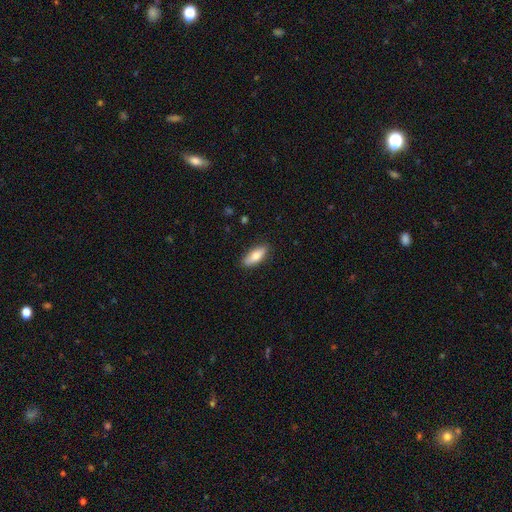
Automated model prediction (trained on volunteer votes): Q: Smooth or featured?
A: smooth (78%); runner-up: featured or disk (16%)
Q: How rounded?
A: in between (70%); runner-up: cigar-shaped (27%)
Q: Merging?
A: none (87%); runner-up: minor disturbance (10%)